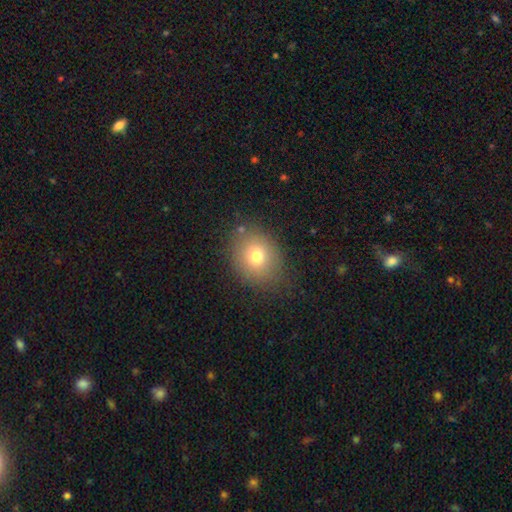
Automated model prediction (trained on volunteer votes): smooth 73%, star or artifact 13%, featured or disk 13%. Down the decision tree: how rounded — round (59%); merging — none (80%).